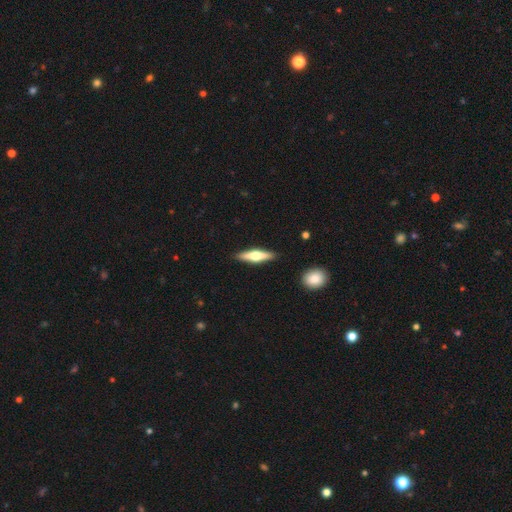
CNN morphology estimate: Smooth or featured? featured or disk (55%)
Edge-on disk? yes (95%)
Edge-on bulge? rounded (93%)
Merging? none (89%)